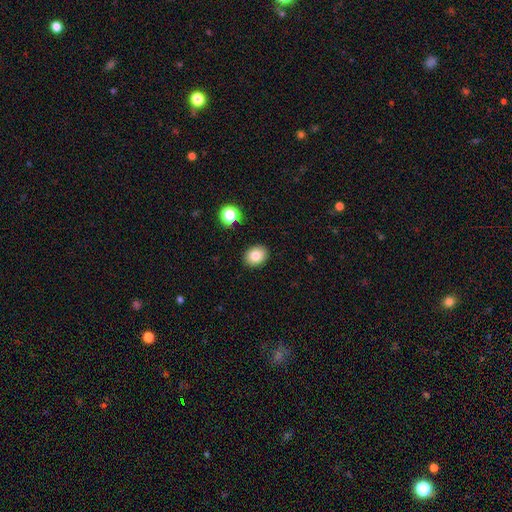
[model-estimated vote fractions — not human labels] smooth_or_featured: smooth (p=0.83) [alt: star or artifact p=0.10]
how_rounded: in between (p=0.58) [alt: round p=0.41]
merging: none (p=0.89) [alt: minor disturbance p=0.07]